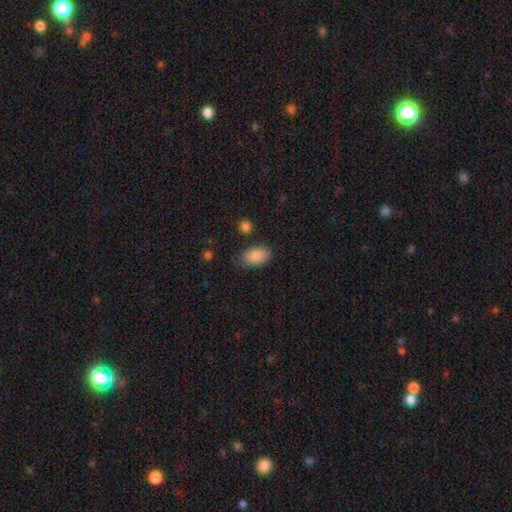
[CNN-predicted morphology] A smooth galaxy with no disk features (88%) that is in between round and cigar-shaped (92%). Merging: none (77%).